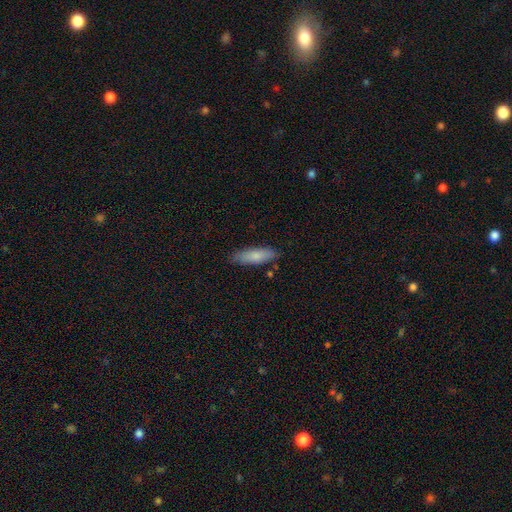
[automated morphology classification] Smooth or featured: smooth — 79% (featured or disk — 15%)
How rounded: cigar-shaped — 52% (in between — 46%)
Merging: none — 82% (minor disturbance — 14%)